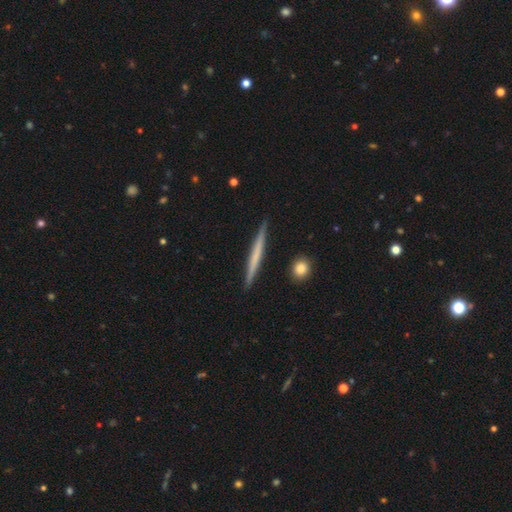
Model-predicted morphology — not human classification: A smooth galaxy with no disk features (50%).

Vote fractions:
- Smooth or featured? smooth: 50% / featured or disk: 45% / star or artifact: 5%
- Merging? none: 91% / minor disturbance: 7% / merger: 1% / major disturbance: 1%